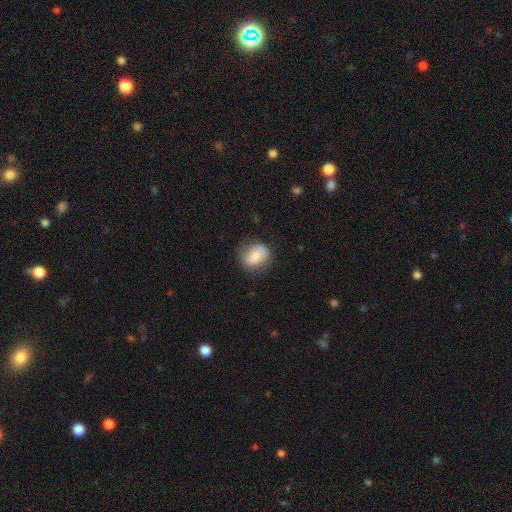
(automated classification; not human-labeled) Q: Smooth or featured?
A: smooth (73%); runner-up: featured or disk (20%)
Q: How rounded?
A: round (55%); runner-up: in between (44%)
Q: Merging?
A: none (71%); runner-up: minor disturbance (21%)